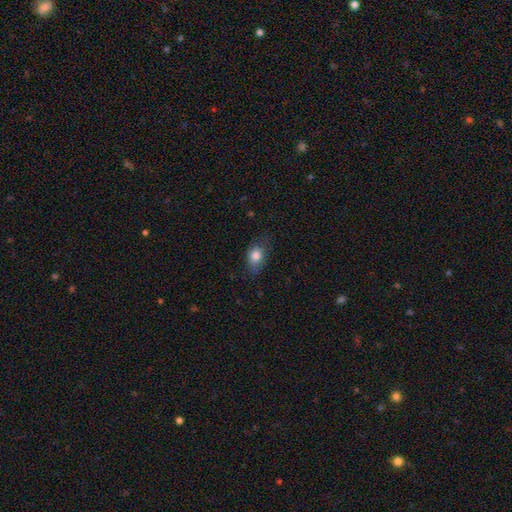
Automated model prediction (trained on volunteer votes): smooth 80%, featured or disk 11%, star or artifact 9%. Down the decision tree: how rounded — in between (75%); merging — none (62%).